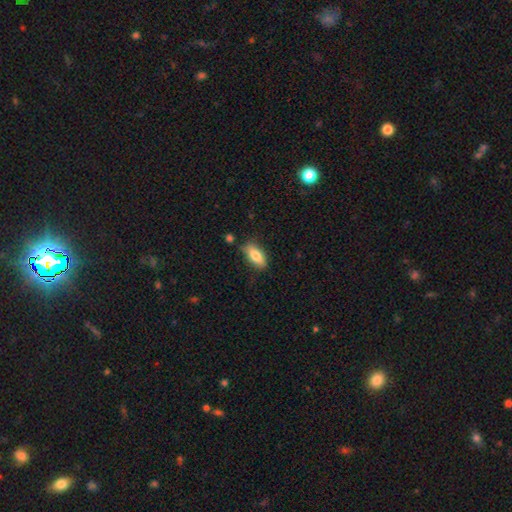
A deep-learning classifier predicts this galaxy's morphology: This is likely a smooth galaxy (77%). How rounded: clearly in between (81%). Merging: likely none (77%).